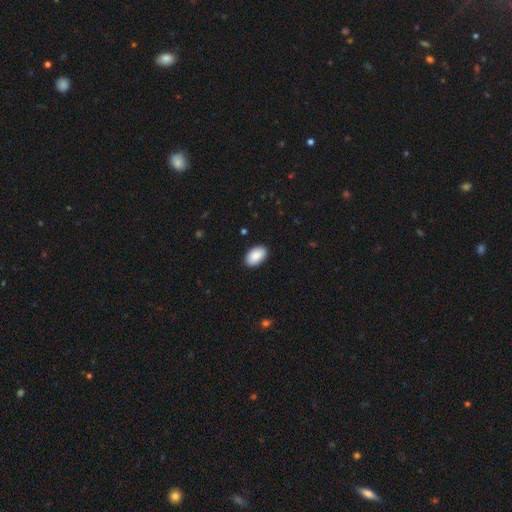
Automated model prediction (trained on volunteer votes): Smooth or featured?
  - smooth: 90% *
  - star or artifact: 6%
  - featured or disk: 4%
How rounded?
  - in between: 94% *
  - round: 4%
  - cigar-shaped: 1%
Merging?
  - none: 90% *
  - minor disturbance: 7%
  - major disturbance: 2%
  - merger: 1%